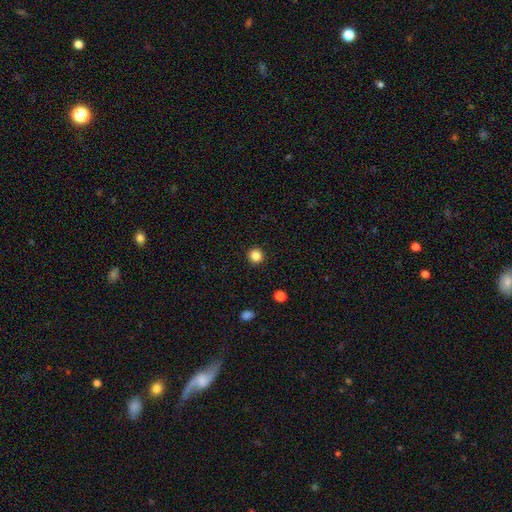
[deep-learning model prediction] Smooth or featured?
  - smooth: 85% *
  - star or artifact: 11%
  - featured or disk: 4%
How rounded?
  - round: 94% *
  - in between: 5%
  - cigar-shaped: 1%
Merging?
  - none: 93% *
  - minor disturbance: 4%
  - major disturbance: 2%
  - merger: 1%